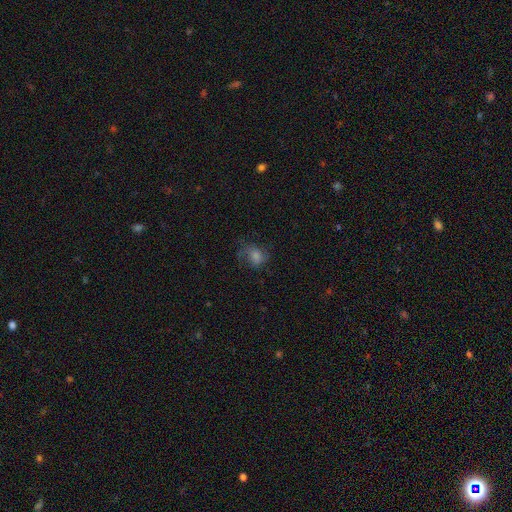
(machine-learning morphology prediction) Smooth or featured: smooth — 53% (featured or disk — 26%)
How rounded: round — 55% (in between — 44%)
Merging: none — 58% (minor disturbance — 23%)